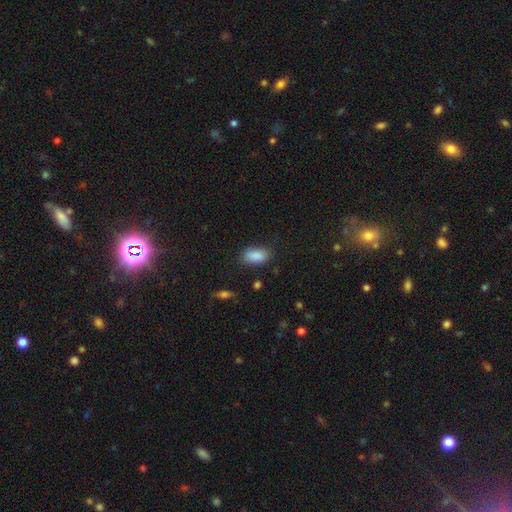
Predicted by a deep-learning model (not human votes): Smooth or featured: smooth — 88% (star or artifact — 8%)
How rounded: in between — 91% (round — 5%)
Merging: none — 80% (minor disturbance — 15%)